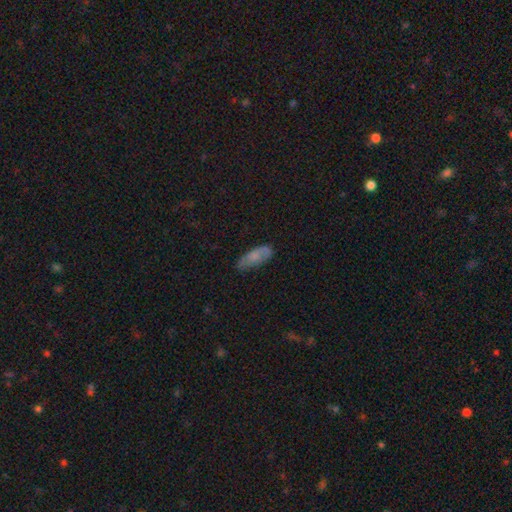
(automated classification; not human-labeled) Q: Smooth or featured?
A: smooth (72%); runner-up: featured or disk (21%)
Q: How rounded?
A: in between (74%); runner-up: cigar-shaped (24%)
Q: Merging?
A: none (67%); runner-up: minor disturbance (25%)